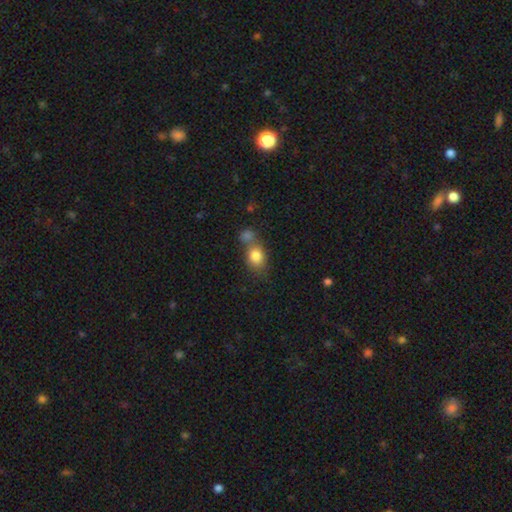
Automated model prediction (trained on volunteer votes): Smooth or featured? Predicted: smooth (p=0.81). How rounded? Predicted: in between (p=0.53). Merging? Predicted: none (p=0.43).